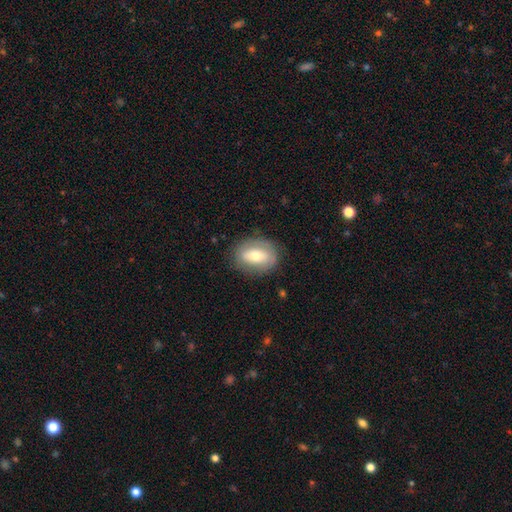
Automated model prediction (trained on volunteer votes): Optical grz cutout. It shows a smooth galaxy with no disk features (57%) that is in between round and cigar-shaped (75%). Merging: none (79%).